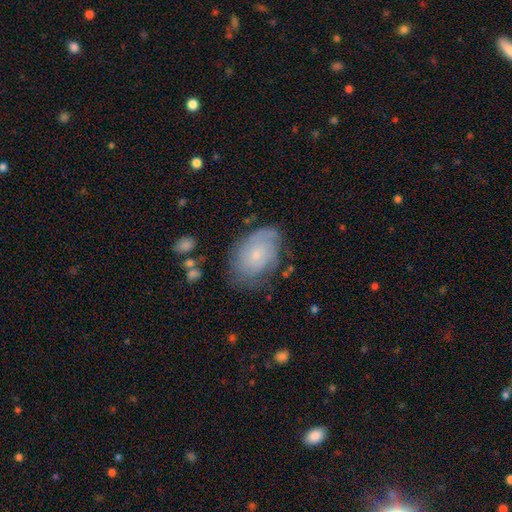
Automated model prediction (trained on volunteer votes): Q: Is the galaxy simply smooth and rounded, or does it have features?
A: smooth — 47%.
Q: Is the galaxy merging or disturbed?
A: none — 61%.